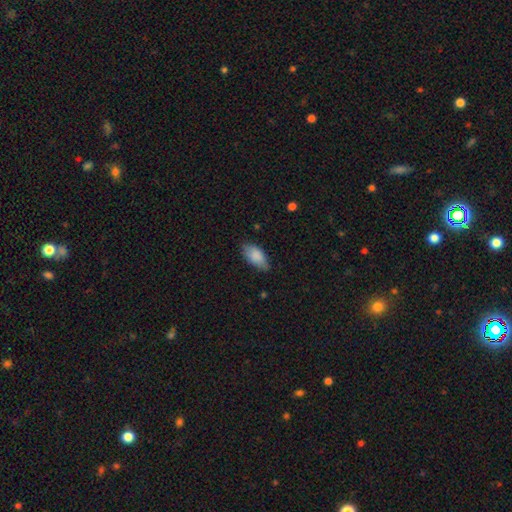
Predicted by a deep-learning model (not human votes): Smooth or featured: smooth — 85% (featured or disk — 9%)
How rounded: in between — 92% (cigar-shaped — 5%)
Merging: none — 75% (minor disturbance — 20%)